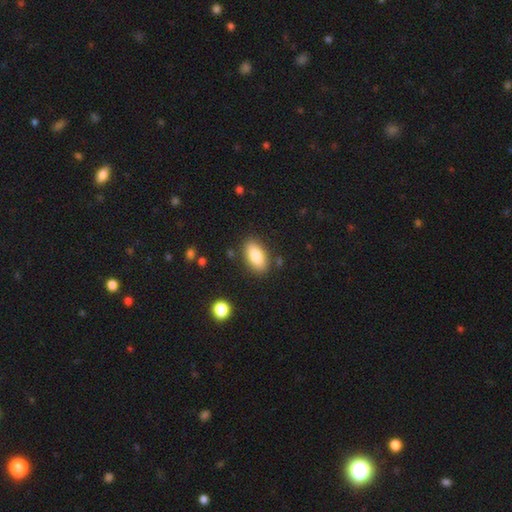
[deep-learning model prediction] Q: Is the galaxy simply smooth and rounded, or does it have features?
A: smooth — 84%.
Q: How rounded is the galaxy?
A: in between — 88%.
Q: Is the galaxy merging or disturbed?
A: none — 85%.